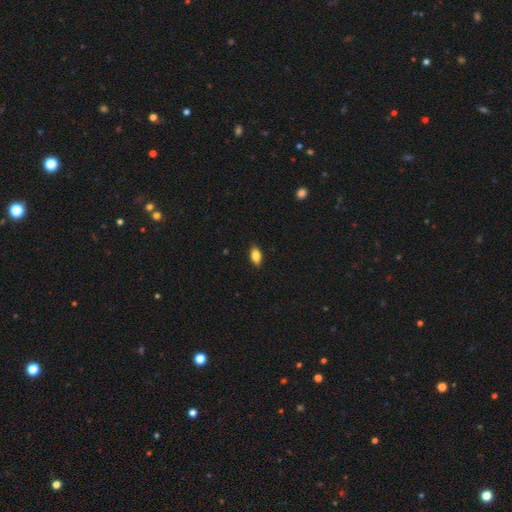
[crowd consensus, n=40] Smooth or featured? 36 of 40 (90%) said smooth. How rounded? 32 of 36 (89%) said in between. Merging? 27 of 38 (71%) said none.